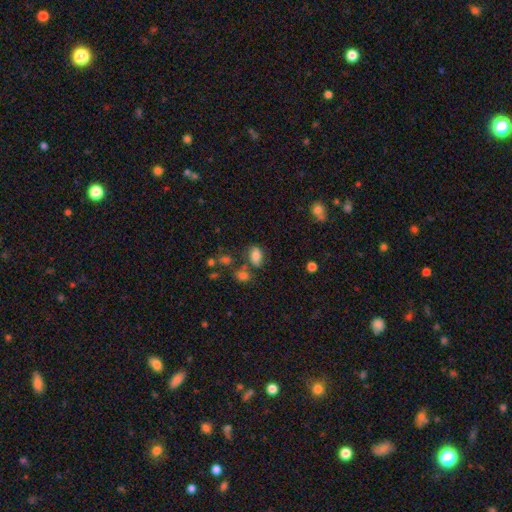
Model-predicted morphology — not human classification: smooth 77%, featured or disk 12%, star or artifact 11%. Down the decision tree: how rounded — in between (85%); merging — none (62%).